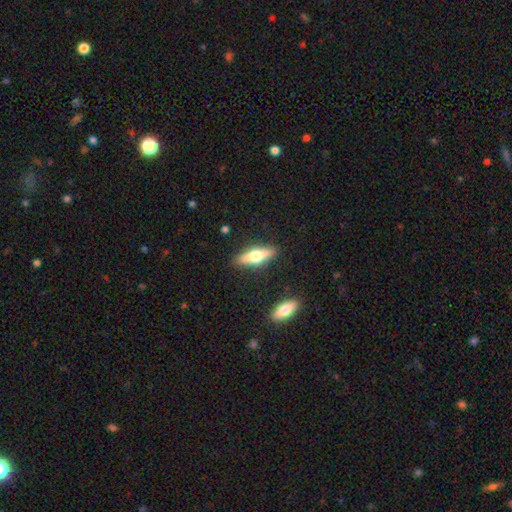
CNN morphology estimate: Smooth or featured: featured or disk — 52% (smooth — 42%)
Edge-on disk: yes — 92% (no — 8%)
Merging: none — 87% (minor disturbance — 8%)